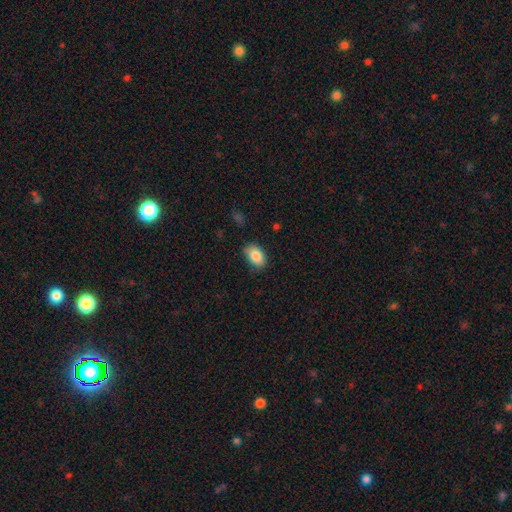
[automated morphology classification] The model was most divided on "merging": none: 77%, minor disturbance: 18%, major disturbance: 3%, merger: 1%. More confident: how rounded — in between (88%); smooth or featured — smooth (87%).